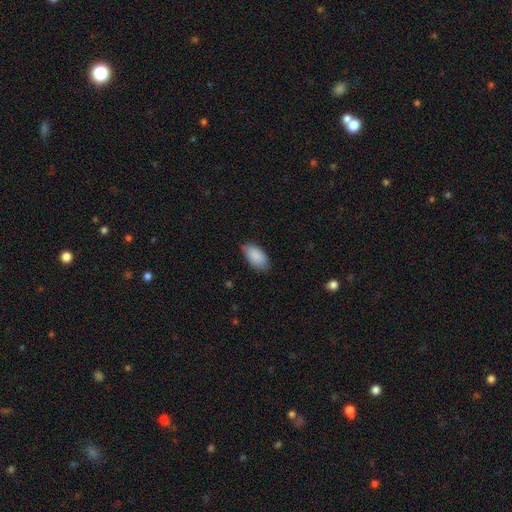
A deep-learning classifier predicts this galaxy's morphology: smooth 89%, star or artifact 6%, featured or disk 5%. Down the decision tree: how rounded — in between (94%); merging — none (78%).